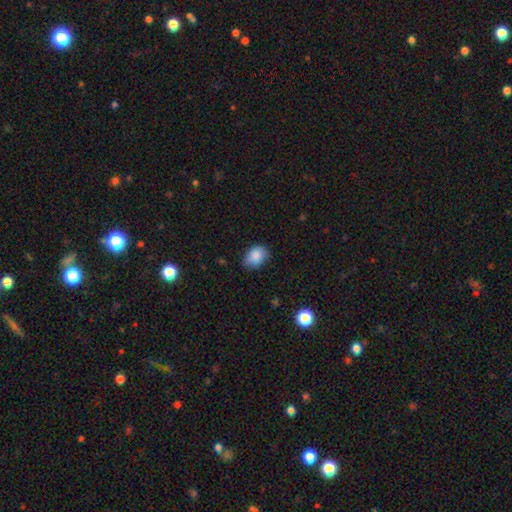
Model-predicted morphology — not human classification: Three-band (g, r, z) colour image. It shows a smooth galaxy with no disk features (87%) that is in between round and cigar-shaped (74%). Merging: none (71%).